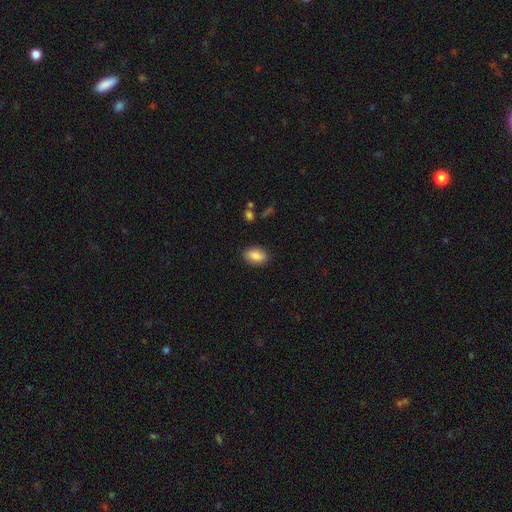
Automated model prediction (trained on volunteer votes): This appears to be a smooth galaxy with no disk features (87%) that is in between round and cigar-shaped (90%). Merging: none (87%).